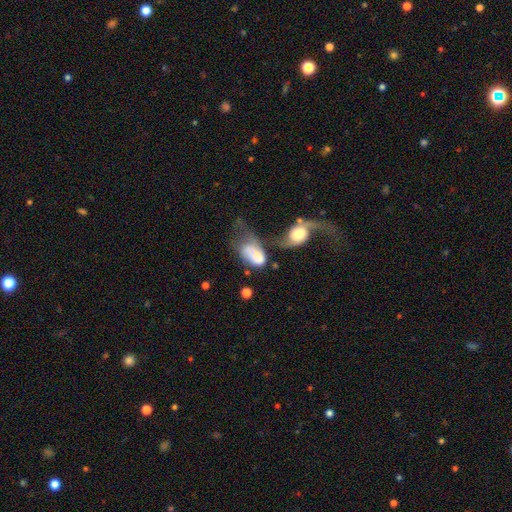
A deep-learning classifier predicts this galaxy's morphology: Smooth or featured? Predicted: smooth (p=0.57). How rounded? Predicted: in between (p=0.90). Merging? Predicted: merger (p=0.43).